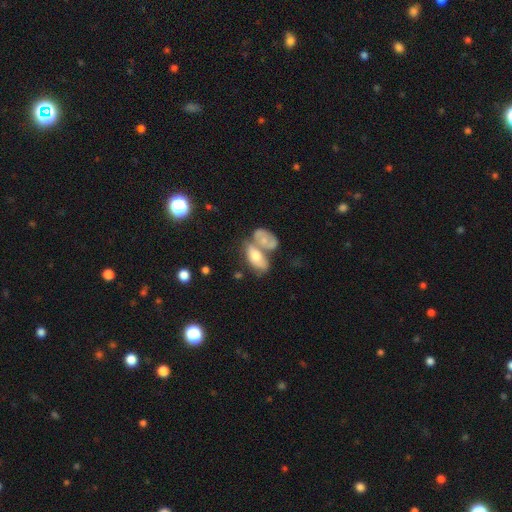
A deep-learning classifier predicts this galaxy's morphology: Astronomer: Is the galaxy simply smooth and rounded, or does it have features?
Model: smooth — 61%.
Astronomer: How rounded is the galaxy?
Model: in between — 89%.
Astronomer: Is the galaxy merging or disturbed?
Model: merger — 57%.